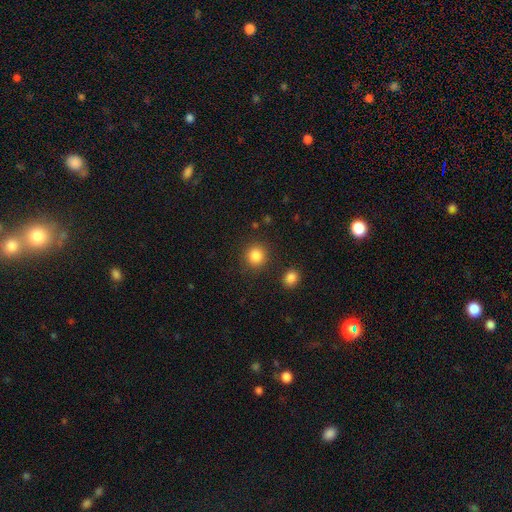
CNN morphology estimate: Smooth or featured? smooth (86%)
How rounded? round (90%)
Merging? none (87%)